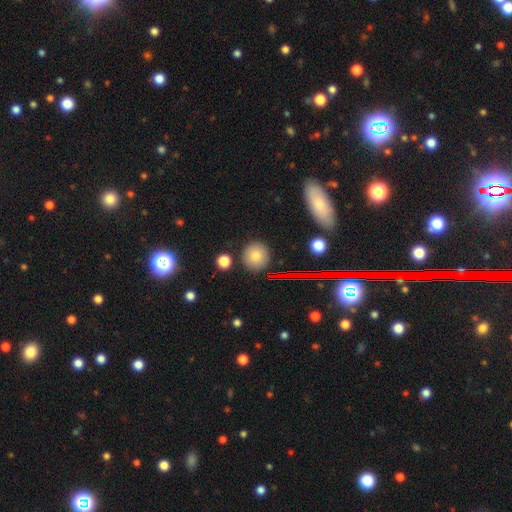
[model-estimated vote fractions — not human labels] Smooth or featured? Predicted: smooth (p=0.79). How rounded? Predicted: round (p=0.89). Merging? Predicted: none (p=0.87).